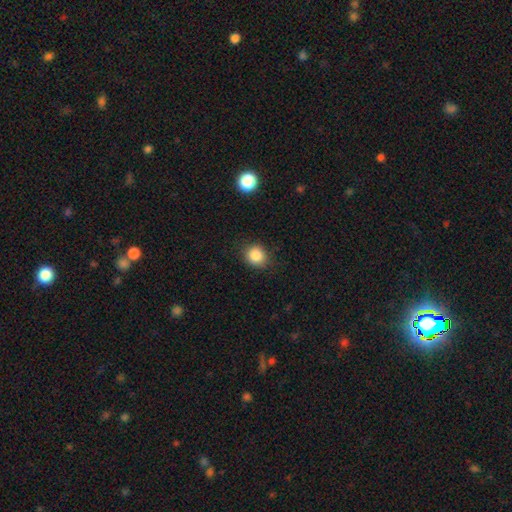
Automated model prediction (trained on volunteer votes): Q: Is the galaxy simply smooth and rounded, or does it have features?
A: smooth — 86%.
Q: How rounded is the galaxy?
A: round — 78%.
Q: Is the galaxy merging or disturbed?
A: none — 85%.